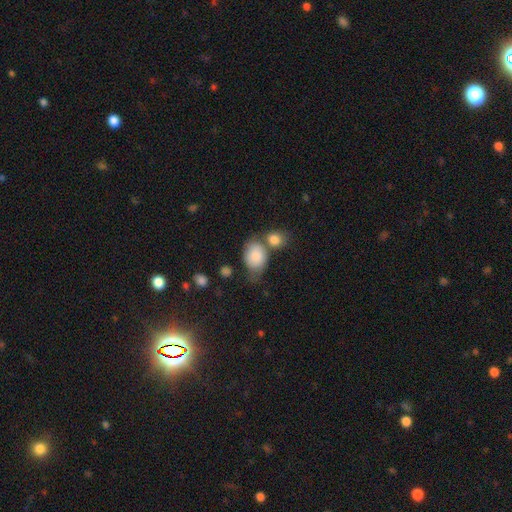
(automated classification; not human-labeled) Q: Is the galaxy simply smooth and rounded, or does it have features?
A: smooth — 85%.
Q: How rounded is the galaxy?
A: in between — 73%.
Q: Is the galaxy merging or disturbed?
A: none — 38%.